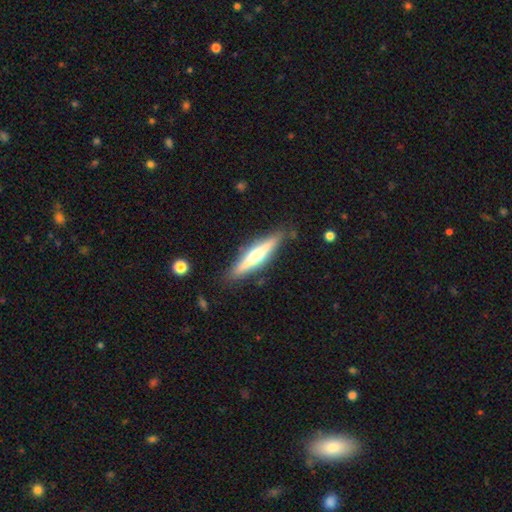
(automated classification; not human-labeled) featured or disk 62%, smooth 32%, star or artifact 6%. Down the decision tree: edge-on disk — yes (95%); edge-on bulge — rounded (89%); merging — none (85%).